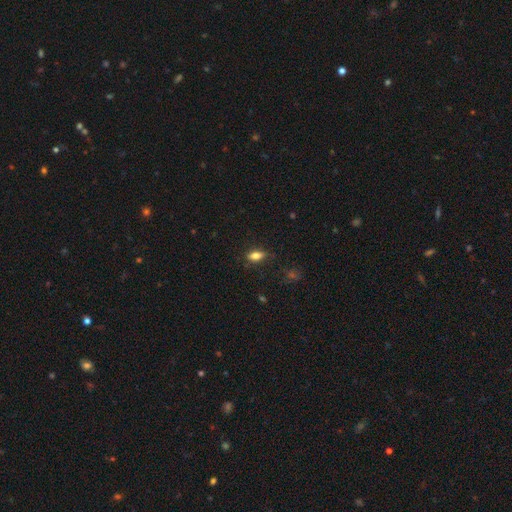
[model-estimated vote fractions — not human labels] smooth 76%, featured or disk 14%, star or artifact 10%. Down the decision tree: how rounded — in between (81%); merging — none (81%).